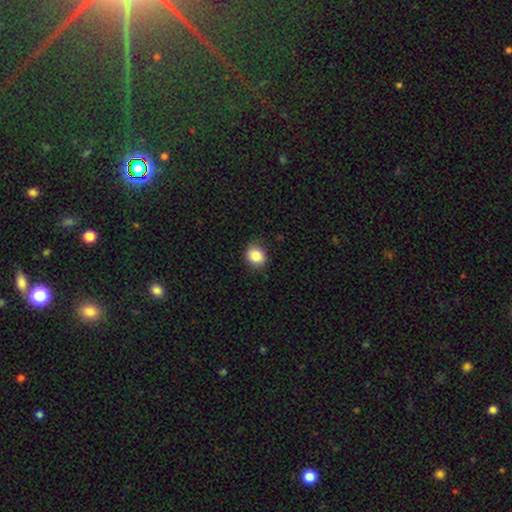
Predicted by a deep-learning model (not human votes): Smooth or featured? Predicted: smooth (p=0.87). How rounded? Predicted: round (p=0.68). Merging? Predicted: none (p=0.81).